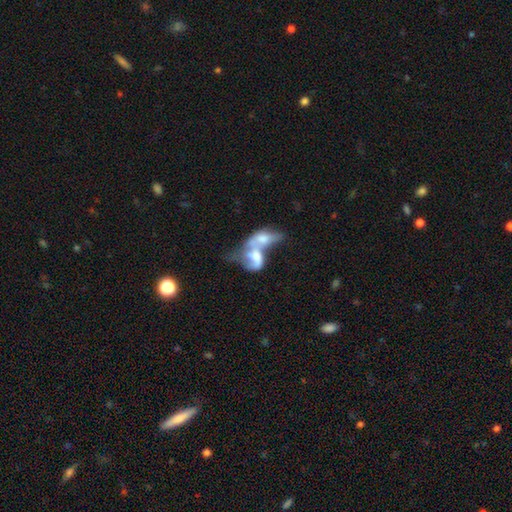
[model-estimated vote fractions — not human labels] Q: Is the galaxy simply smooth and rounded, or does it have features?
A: featured or disk — 51%.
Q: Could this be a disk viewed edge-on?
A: no — 95%.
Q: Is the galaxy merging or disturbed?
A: merger — 80%.